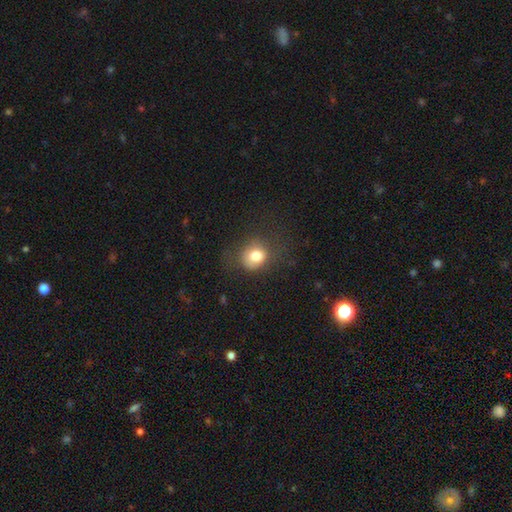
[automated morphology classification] smooth_or_featured: smooth (p=0.79) [alt: star or artifact p=0.11]
how_rounded: round (p=0.68) [alt: in between p=0.31]
merging: none (p=0.66) [alt: minor disturbance p=0.20]